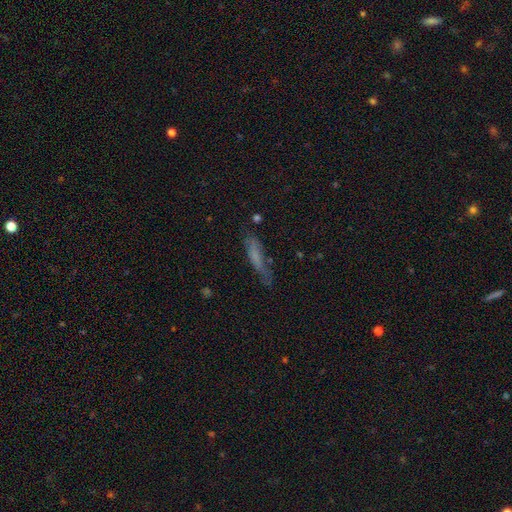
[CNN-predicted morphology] Smooth or featured: smooth — 63% (featured or disk — 26%)
How rounded: cigar-shaped — 81% (in between — 17%)
Merging: none — 58% (minor disturbance — 27%)